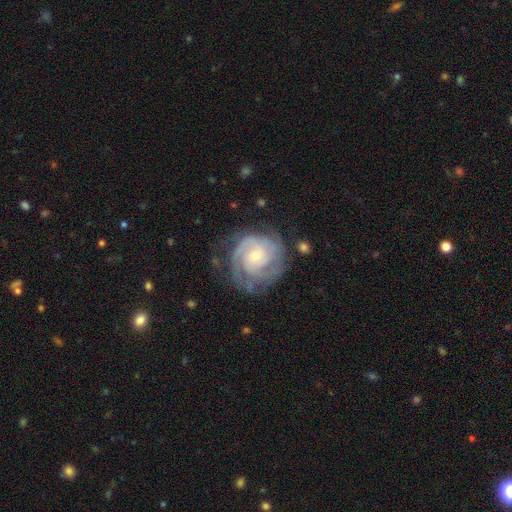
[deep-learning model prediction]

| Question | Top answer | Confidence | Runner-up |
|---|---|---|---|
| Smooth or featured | featured or disk | 85% | smooth (10%) |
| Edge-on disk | no | 98% | yes (2%) |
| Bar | no | 73% | weak (23%) |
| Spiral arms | yes | 96% | no (4%) |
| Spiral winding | tight | 69% | medium (25%) |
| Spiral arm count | can't tell | 28% | 2 (26%) |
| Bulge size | small | 64% | moderate (31%) |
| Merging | none | 68% | minor disturbance (19%) |